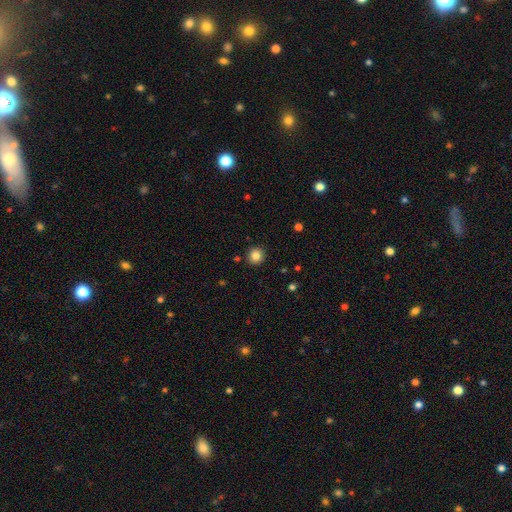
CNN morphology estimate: A smooth galaxy with no disk features (84%) that is round (91%). Merging: none (91%).